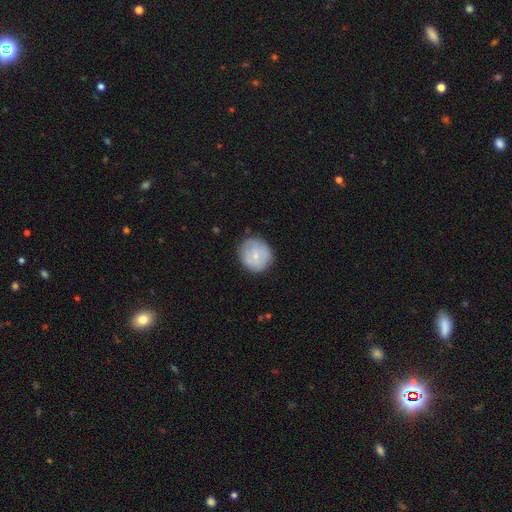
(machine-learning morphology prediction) This is likely a smooth galaxy (66%). How rounded: clearly round (87%). Merging: likely none (78%).